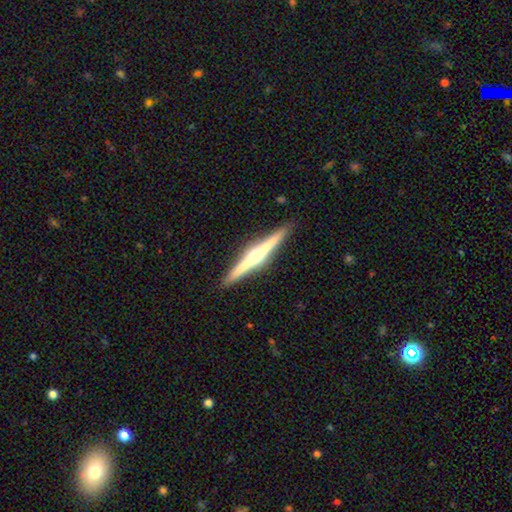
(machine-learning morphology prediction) Smooth or featured? Predicted: featured or disk (p=0.78). Edge-on disk? Predicted: yes (p=0.98). Edge-on bulge? Predicted: rounded (p=0.91). Merging? Predicted: none (p=0.92).